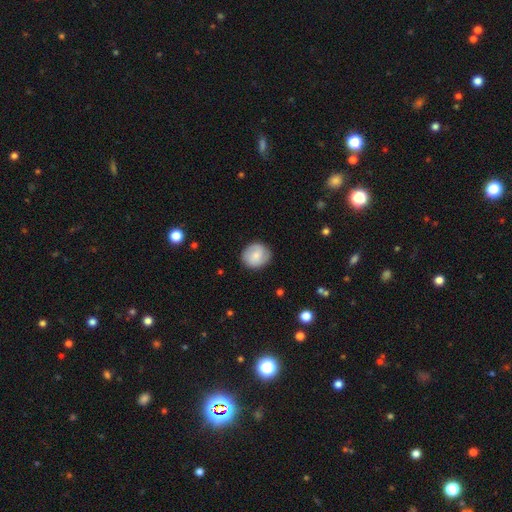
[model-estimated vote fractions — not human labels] Smooth or featured?
  - smooth: 66% *
  - featured or disk: 27%
  - star or artifact: 7%
How rounded?
  - round: 81% *
  - in between: 18%
  - cigar-shaped: 1%
Merging?
  - none: 83% *
  - minor disturbance: 13%
  - major disturbance: 3%
  - merger: 1%